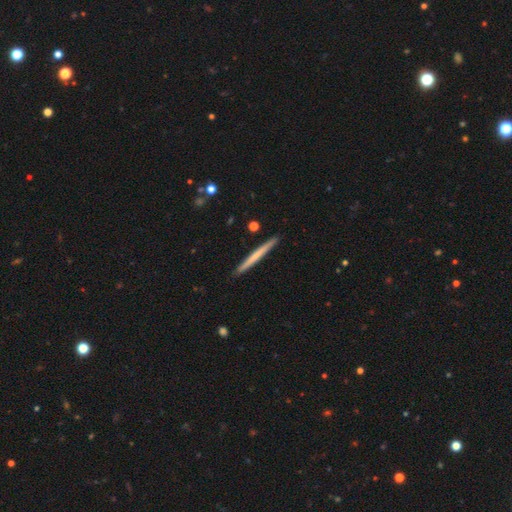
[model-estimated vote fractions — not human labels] smooth 55%, featured or disk 40%, star or artifact 5%. Down the decision tree: how rounded — cigar-shaped (97%); merging — none (92%).